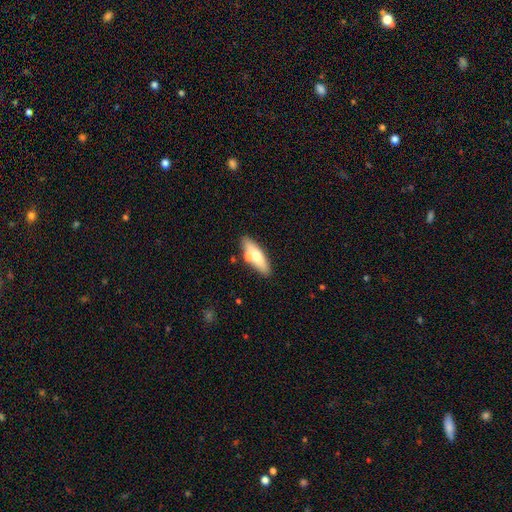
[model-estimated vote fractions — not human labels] smooth_or_featured: smooth (p=0.62) [alt: featured or disk p=0.31]
how_rounded: in between (p=0.49) [alt: cigar-shaped p=0.48]
merging: none (p=0.71) [alt: merger p=0.14]